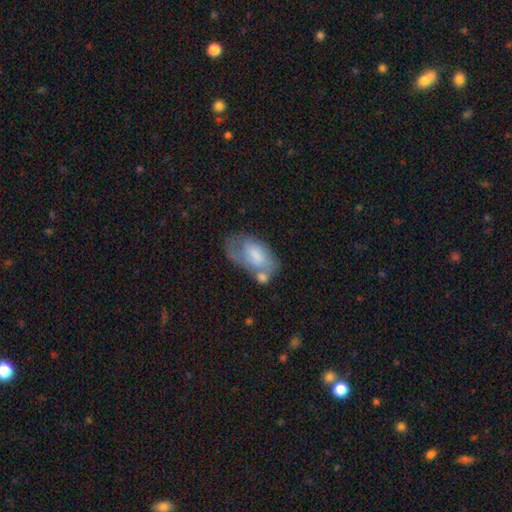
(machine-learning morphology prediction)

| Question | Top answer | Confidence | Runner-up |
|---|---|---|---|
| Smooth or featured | smooth | 61% | featured or disk (32%) |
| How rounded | in between | 93% | round (5%) |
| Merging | none | 33% | minor disturbance (26%) |